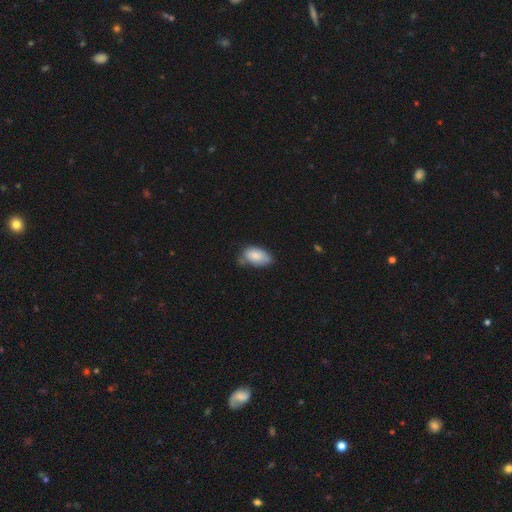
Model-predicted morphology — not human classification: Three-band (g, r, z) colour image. It shows a smooth galaxy with no disk features (82%) that is in between round and cigar-shaped (94%). Merging: none (53%).